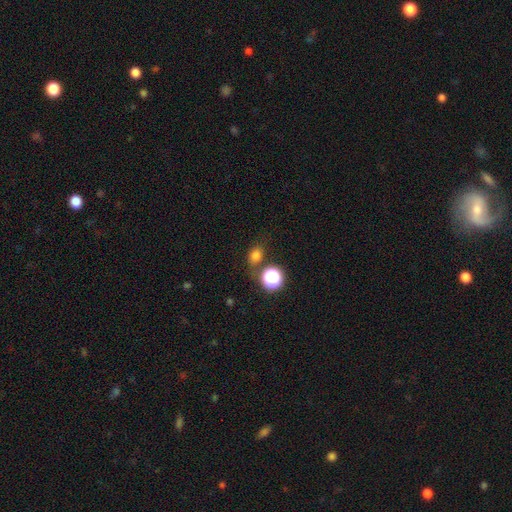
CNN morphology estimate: smooth 74%, star or artifact 20%, featured or disk 6%. Down the decision tree: how rounded — round (50%); merging — none (74%).